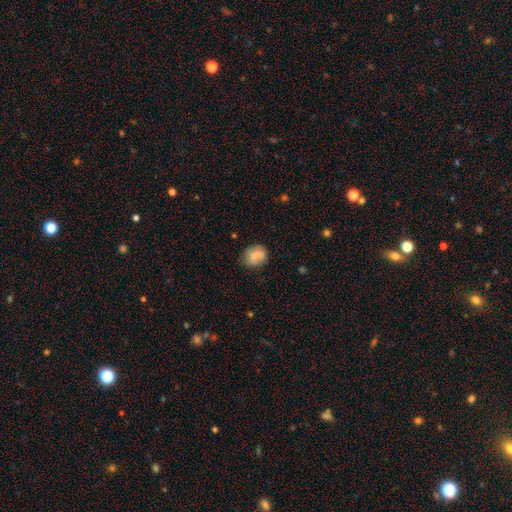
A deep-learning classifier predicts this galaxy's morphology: Smooth or featured?
  - smooth: 75% *
  - featured or disk: 17%
  - star or artifact: 8%
How rounded?
  - round: 53% *
  - in between: 46%
  - cigar-shaped: 1%
Merging?
  - none: 69% *
  - minor disturbance: 22%
  - major disturbance: 6%
  - merger: 2%